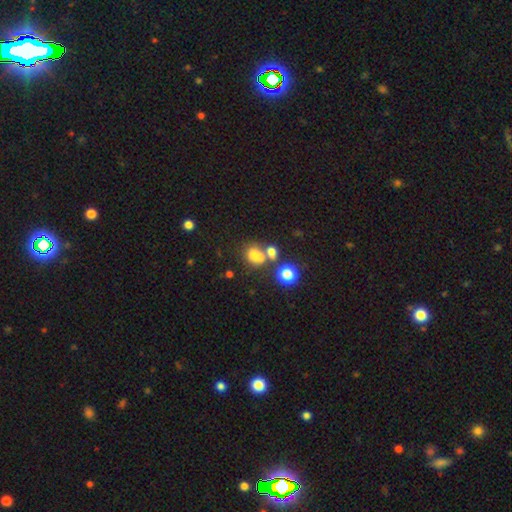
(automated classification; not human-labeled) Morphology: type=smooth (73%); roundness=in between (50%); merging=merger (40%).